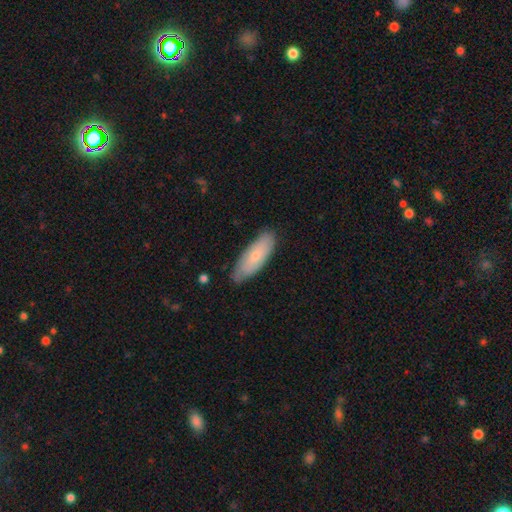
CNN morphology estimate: Overall: smooth (67%). How rounded: in between (65%; cigar-shaped 33%). Merging: none (78%).